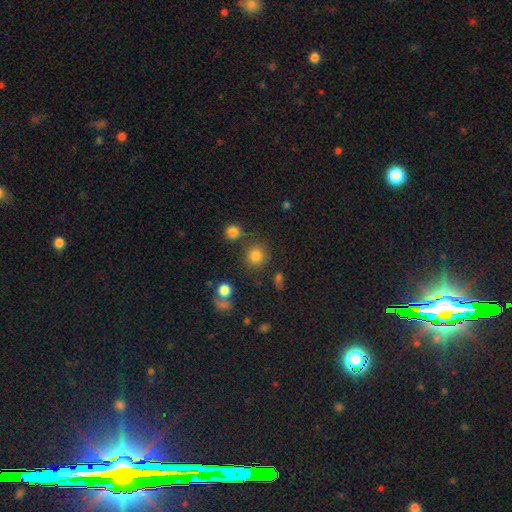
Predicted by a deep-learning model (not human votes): The model was most divided on "smooth or featured": smooth: 80%, star or artifact: 14%, featured or disk: 6%. More confident: how rounded — round (90%); merging — none (81%).